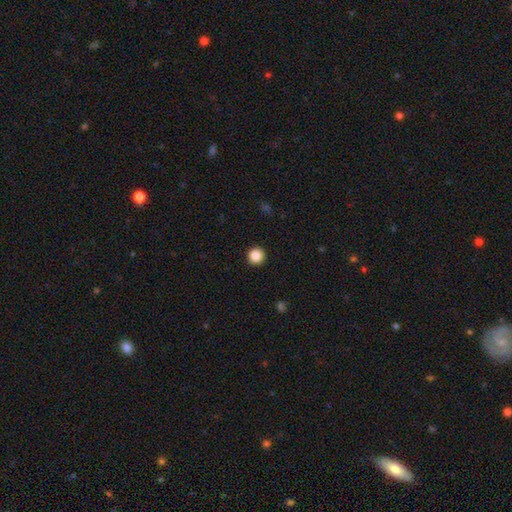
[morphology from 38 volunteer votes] A smooth galaxy with no disk features (92%) that is round (100%).

Vote fractions:
- Smooth or featured? smooth: 92% / featured or disk: 5% / star or artifact: 3%
- How rounded? round: 100% / in between: 0% / cigar-shaped: 0%
- Merging? none: 95% / minor disturbance: 5% / major disturbance: 0% / merger: 0%